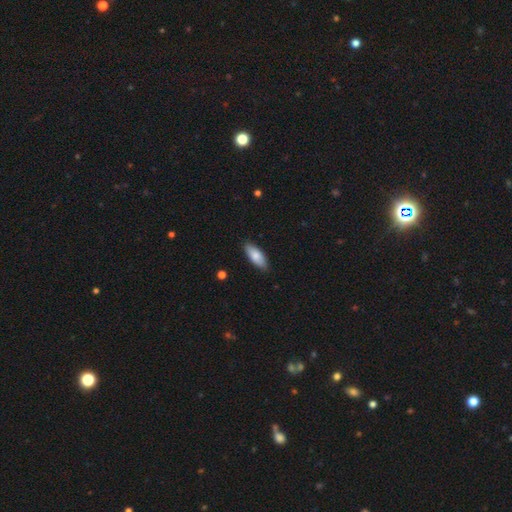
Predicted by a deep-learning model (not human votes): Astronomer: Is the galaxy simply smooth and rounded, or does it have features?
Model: smooth — 81%.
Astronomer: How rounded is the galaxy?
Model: in between — 80%.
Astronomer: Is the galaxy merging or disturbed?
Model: none — 85%.